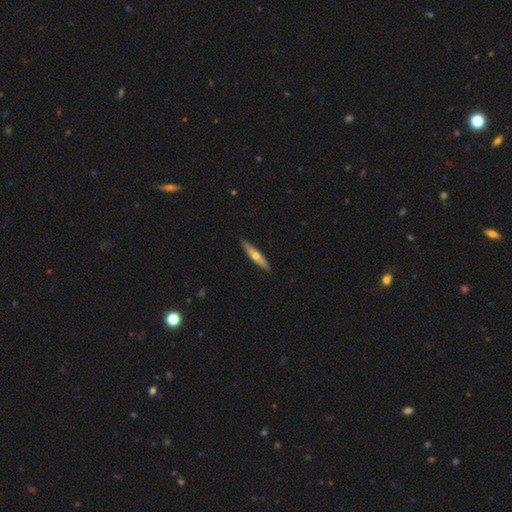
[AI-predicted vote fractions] The model was most divided on "smooth or featured": featured or disk: 52%, smooth: 43%, star or artifact: 5%. More confident: edge-on disk — yes (90%); merging — none (90%).